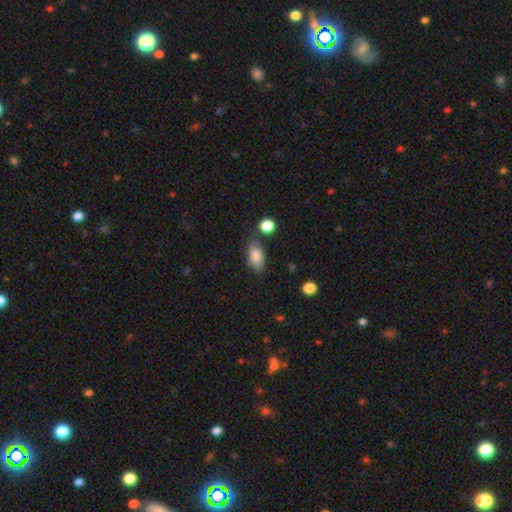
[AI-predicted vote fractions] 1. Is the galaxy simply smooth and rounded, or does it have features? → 84% smooth, 8% featured or disk, 7% star or artifact.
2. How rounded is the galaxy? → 89% in between, 6% cigar-shaped, 5% round.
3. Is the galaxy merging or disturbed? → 71% none, 18% minor disturbance, 6% merger, 5% major disturbance.